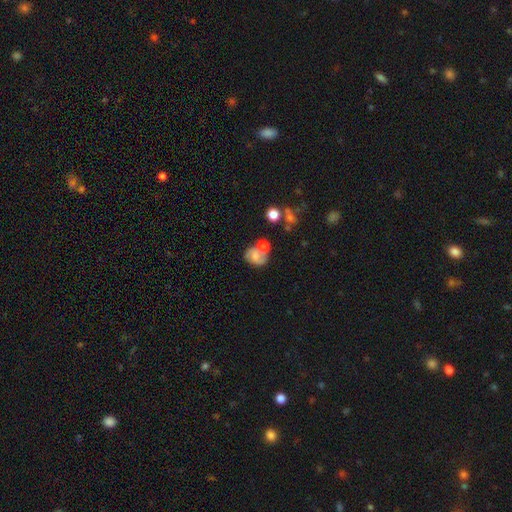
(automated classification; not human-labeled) Smooth or featured? featured or disk (53%)
Edge-on disk? no (97%)
Bar? no (59%)
Spiral arms? yes (80%)
Bulge size? moderate (34%, tied with small)
Merging? none (41%)